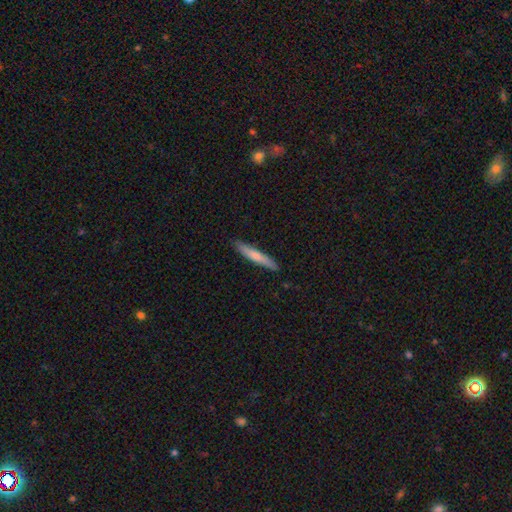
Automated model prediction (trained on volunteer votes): Q: Smooth or featured?
A: smooth (68%); runner-up: featured or disk (26%)
Q: How rounded?
A: cigar-shaped (94%); runner-up: in between (5%)
Q: Merging?
A: none (89%); runner-up: minor disturbance (9%)